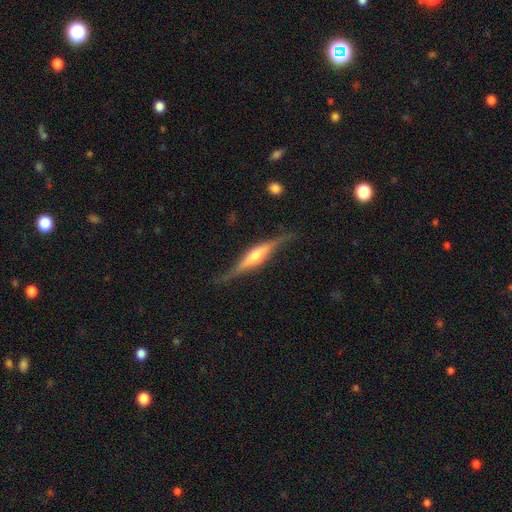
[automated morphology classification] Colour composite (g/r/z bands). It shows a featured or disk galaxy (77%) viewed edge-on (95%) with a rounded central bulge (85%). Merging: none (79%).